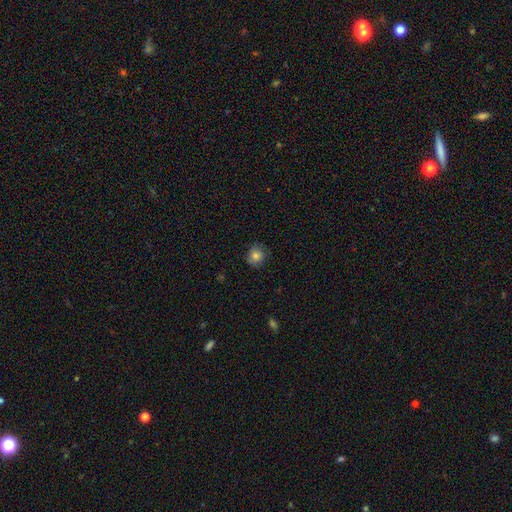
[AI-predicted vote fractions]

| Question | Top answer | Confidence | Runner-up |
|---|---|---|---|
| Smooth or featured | smooth | 82% | star or artifact (11%) |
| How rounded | round | 84% | in between (15%) |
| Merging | none | 81% | minor disturbance (15%) |